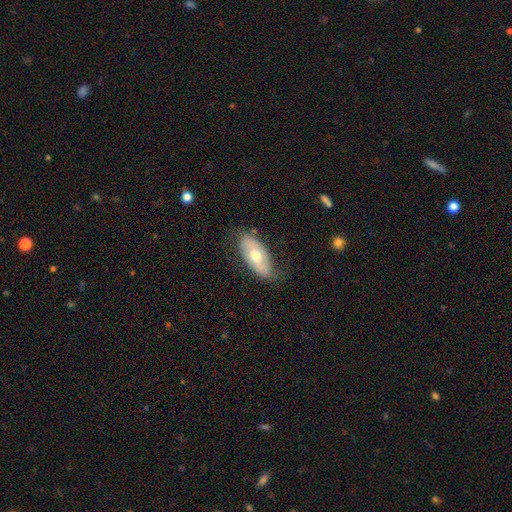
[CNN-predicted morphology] A smooth galaxy with no disk features (55%) that is in between round and cigar-shaped (91%).

Vote fractions:
- Smooth or featured? smooth: 55% / featured or disk: 39% / star or artifact: 6%
- How rounded? in between: 91% / cigar-shaped: 6% / round: 3%
- Merging? none: 71% / minor disturbance: 22% / major disturbance: 6% / merger: 1%